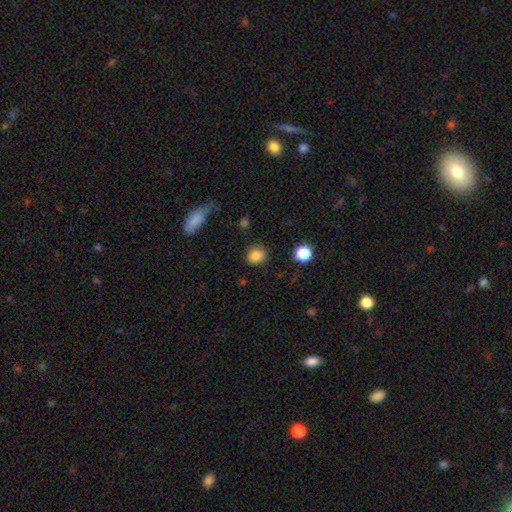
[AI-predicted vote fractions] Overall: smooth (85%). How rounded: round (75%). Merging: none (83%).